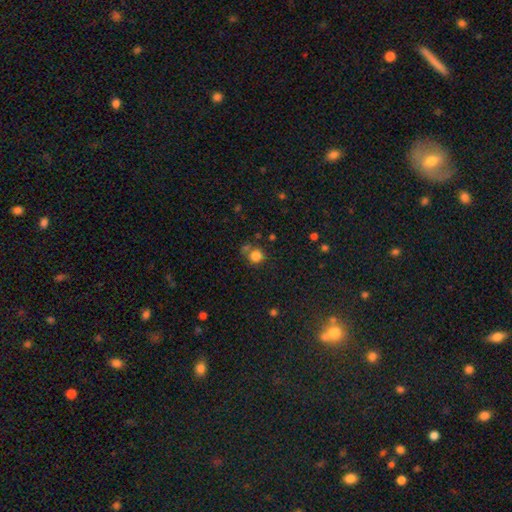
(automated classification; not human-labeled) Smooth or featured: smooth — 81% (star or artifact — 13%)
How rounded: round — 87% (in between — 12%)
Merging: none — 65% (merger — 17%)